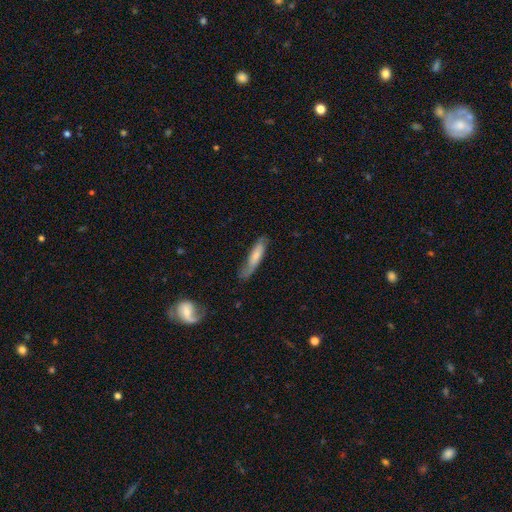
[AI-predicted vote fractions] Overall: smooth (68%). How rounded: cigar-shaped (77%). Merging: none (68%).